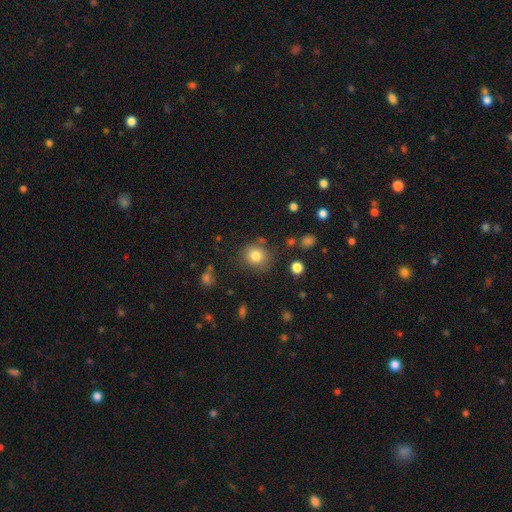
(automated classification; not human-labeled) The model was most divided on "how rounded": round: 83%, in between: 16%, cigar-shaped: 1%. More confident: smooth or featured — smooth (81%); merging — none (80%).